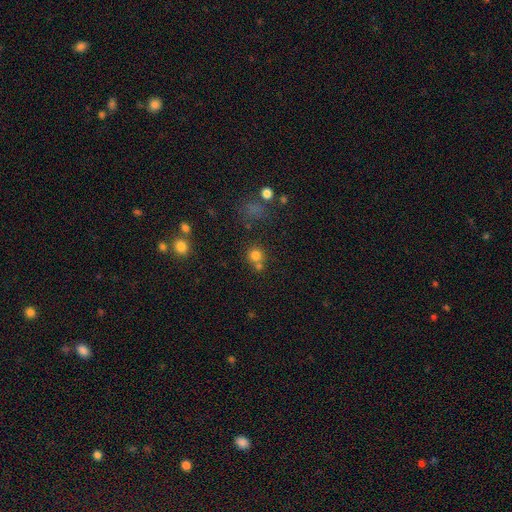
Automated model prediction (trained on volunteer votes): The model was most divided on "merging": none: 59%, merger: 28%, minor disturbance: 9%, major disturbance: 4%. More confident: how rounded — round (88%); smooth or featured — smooth (77%).